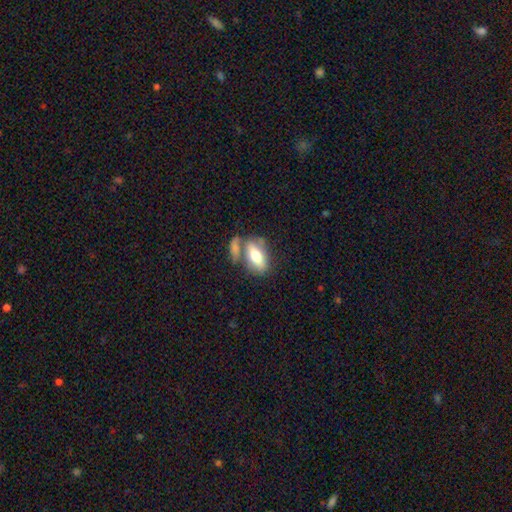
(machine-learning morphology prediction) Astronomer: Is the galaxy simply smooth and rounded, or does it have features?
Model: smooth — 59% (runner-up: featured or disk, 34%).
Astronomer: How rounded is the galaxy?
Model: in between — 81%.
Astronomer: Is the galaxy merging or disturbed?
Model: none — 46% (runner-up: merger, 33%).